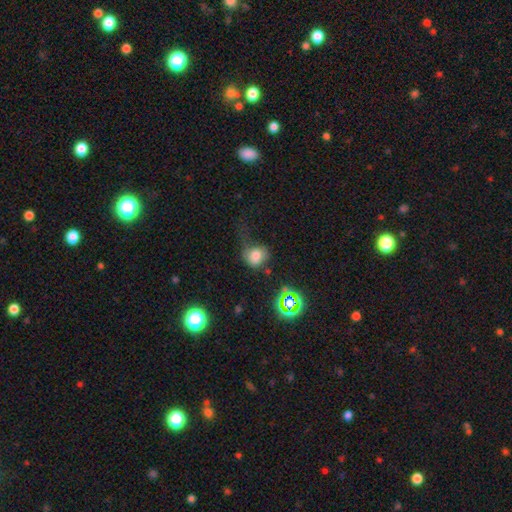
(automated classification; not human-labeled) Q: Smooth or featured?
A: smooth (71%); runner-up: star or artifact (15%)
Q: How rounded?
A: round (62%); runner-up: in between (36%)
Q: Merging?
A: major disturbance (37%); runner-up: none (31%)